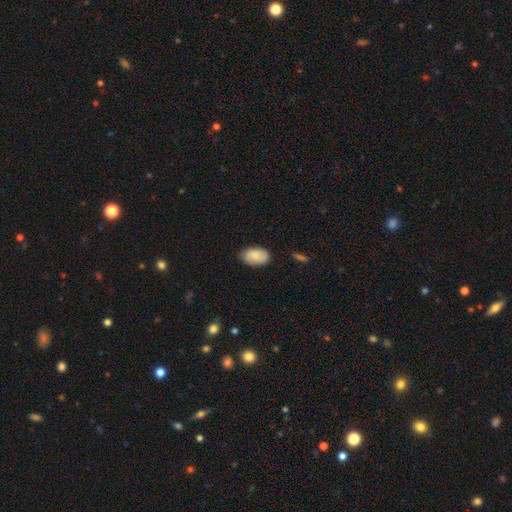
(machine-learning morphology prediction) Smooth or featured: smooth — 77% (featured or disk — 16%)
How rounded: in between — 92% (round — 7%)
Merging: none — 80% (minor disturbance — 16%)